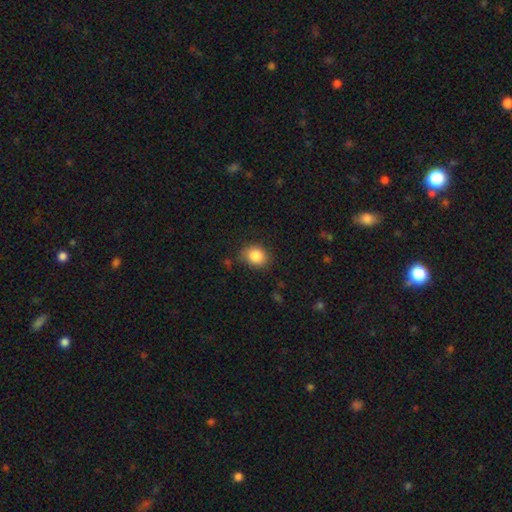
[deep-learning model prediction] Q: Smooth or featured?
A: smooth (85%); runner-up: star or artifact (9%)
Q: How rounded?
A: round (55%); runner-up: in between (44%)
Q: Merging?
A: none (80%); runner-up: minor disturbance (15%)